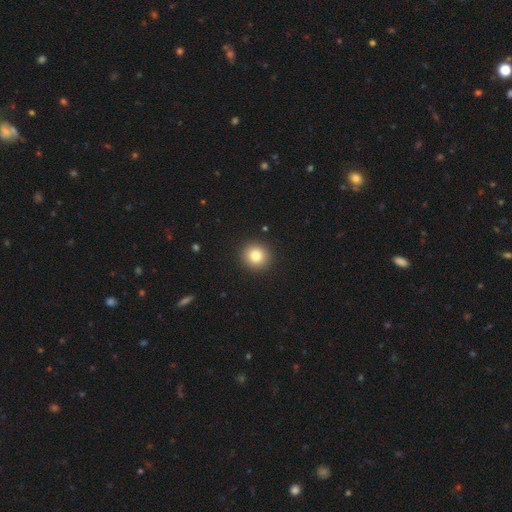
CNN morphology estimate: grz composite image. It shows a smooth galaxy with no disk features (82%) that is round (92%). Merging: none (92%).